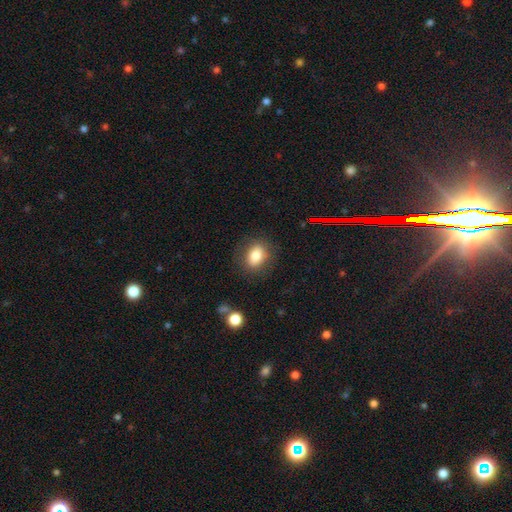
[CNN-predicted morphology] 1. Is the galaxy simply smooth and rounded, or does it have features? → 81% smooth, 9% star or artifact, 9% featured or disk.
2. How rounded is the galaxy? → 65% in between, 33% round, 2% cigar-shaped.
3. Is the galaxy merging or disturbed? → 82% none, 12% minor disturbance, 4% major disturbance, 1% merger.